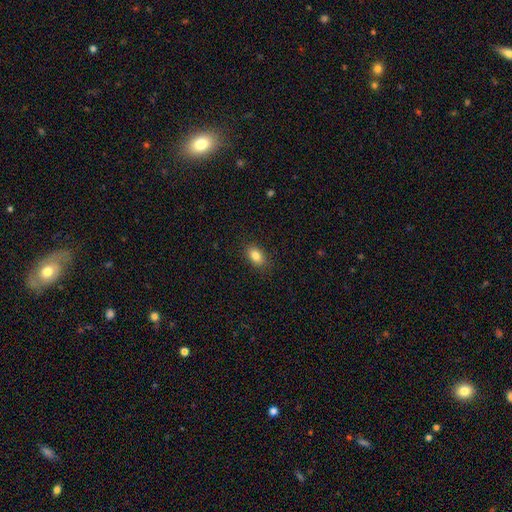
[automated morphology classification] smooth 84%, star or artifact 9%, featured or disk 7%. Down the decision tree: how rounded — in between (87%); merging — none (86%).